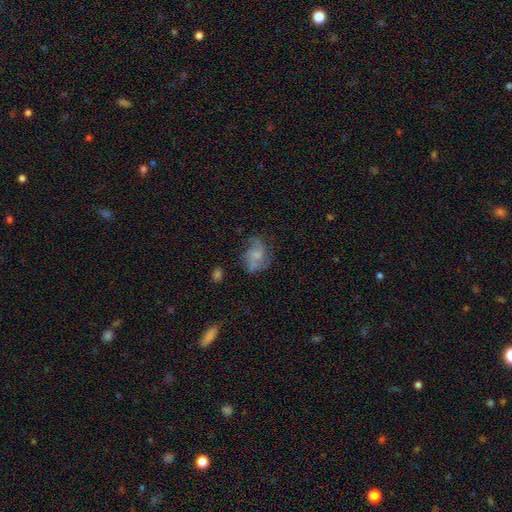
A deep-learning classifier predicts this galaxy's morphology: Q: Smooth or featured?
A: smooth (45%); runner-up: featured or disk (44%)
Q: Merging?
A: none (47%); runner-up: minor disturbance (25%)